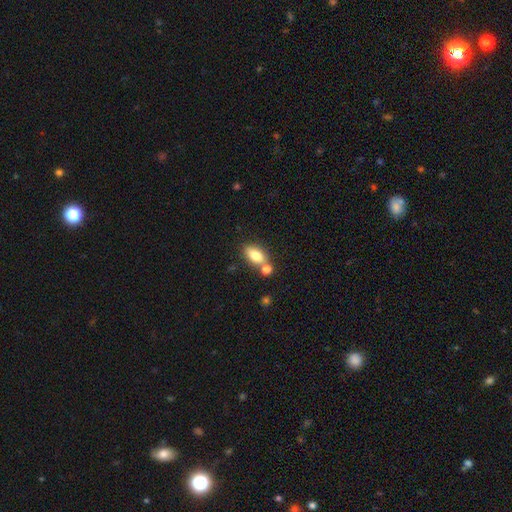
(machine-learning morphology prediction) Smooth or featured: smooth — 79% (featured or disk — 13%)
How rounded: in between — 86% (round — 7%)
Merging: none — 60% (merger — 26%)